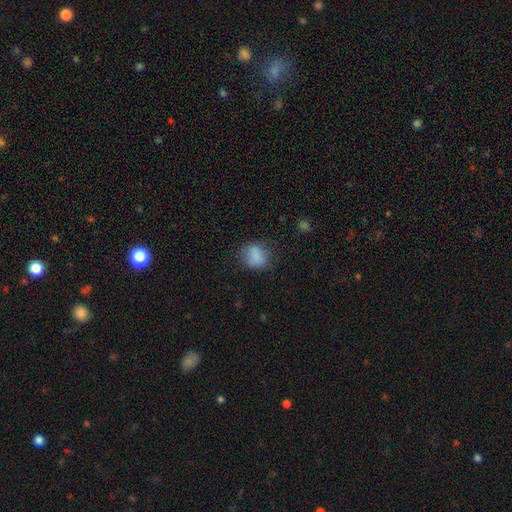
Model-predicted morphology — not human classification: Q: Smooth or featured?
A: smooth (81%); runner-up: star or artifact (10%)
Q: How rounded?
A: round (56%); runner-up: in between (43%)
Q: Merging?
A: none (69%); runner-up: minor disturbance (21%)